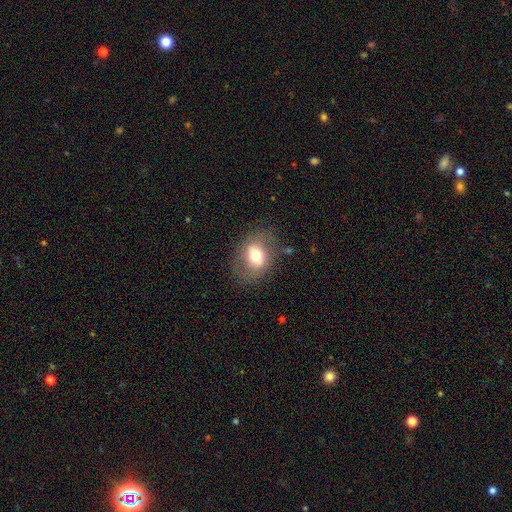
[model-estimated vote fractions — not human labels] A smooth galaxy with no disk features (63%) that is in between round and cigar-shaped (61%). Merging: none (74%).